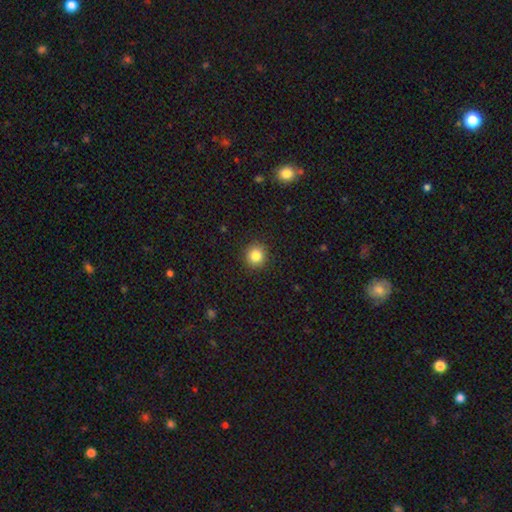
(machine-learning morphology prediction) smooth_or_featured: smooth (p=0.84) [alt: star or artifact p=0.11]
how_rounded: round (p=0.90) [alt: in between p=0.09]
merging: none (p=0.91) [alt: minor disturbance p=0.06]